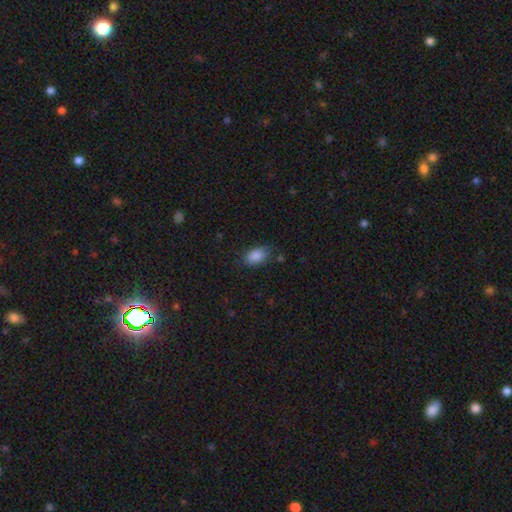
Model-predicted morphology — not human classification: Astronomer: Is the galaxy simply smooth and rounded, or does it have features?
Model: smooth — 88%.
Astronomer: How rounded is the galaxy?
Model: in between — 89%.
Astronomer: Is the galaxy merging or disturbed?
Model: none — 76%.